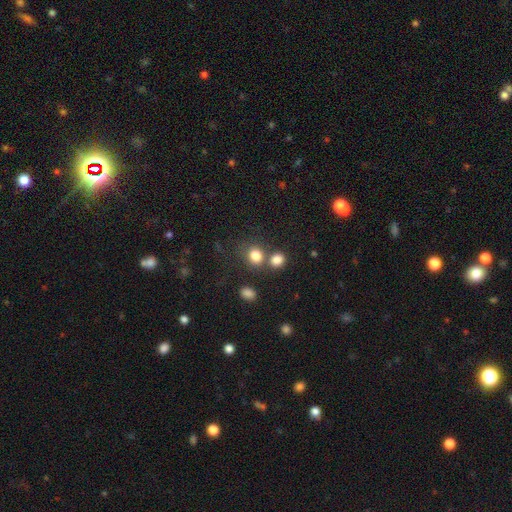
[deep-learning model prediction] Q: Smooth or featured?
A: smooth (81%); runner-up: star or artifact (12%)
Q: How rounded?
A: round (68%); runner-up: in between (31%)
Q: Merging?
A: none (57%); runner-up: merger (29%)